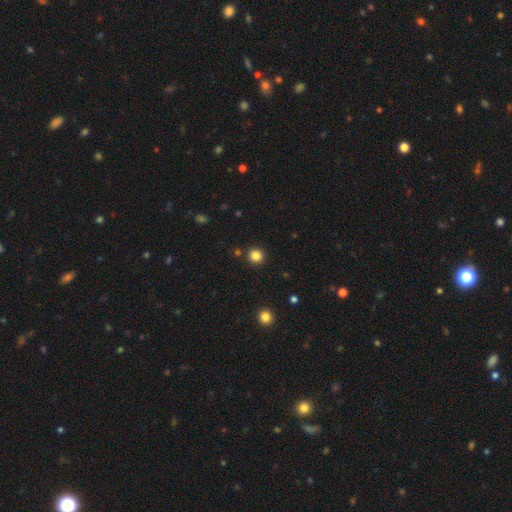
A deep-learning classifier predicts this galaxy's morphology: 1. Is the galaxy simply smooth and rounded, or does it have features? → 84% smooth, 12% star or artifact, 4% featured or disk.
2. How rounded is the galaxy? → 93% round, 6% in between, 1% cigar-shaped.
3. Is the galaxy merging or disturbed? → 90% none, 5% minor disturbance, 2% merger, 2% major disturbance.